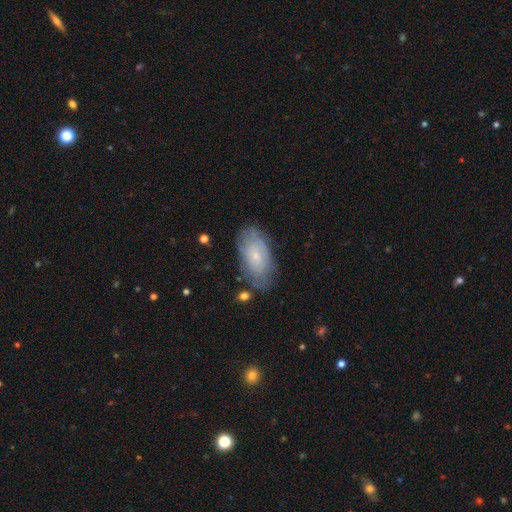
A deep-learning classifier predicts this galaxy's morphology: Smooth or featured? smooth (51%)
How rounded? in between (92%)
Merging? none (71%)